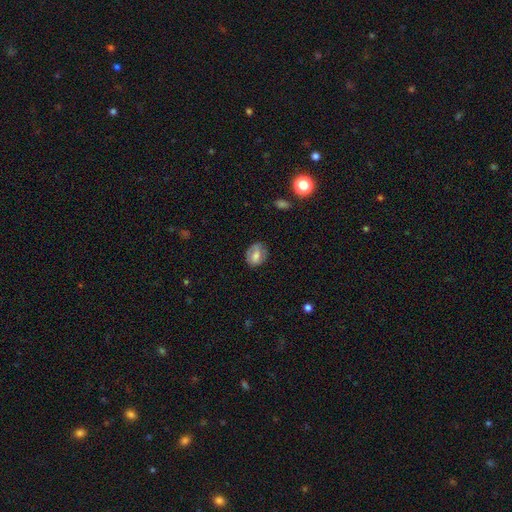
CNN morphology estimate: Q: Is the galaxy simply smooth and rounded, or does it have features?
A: smooth — 67%.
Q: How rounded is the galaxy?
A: in between — 56%.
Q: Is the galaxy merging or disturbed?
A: none — 66%.